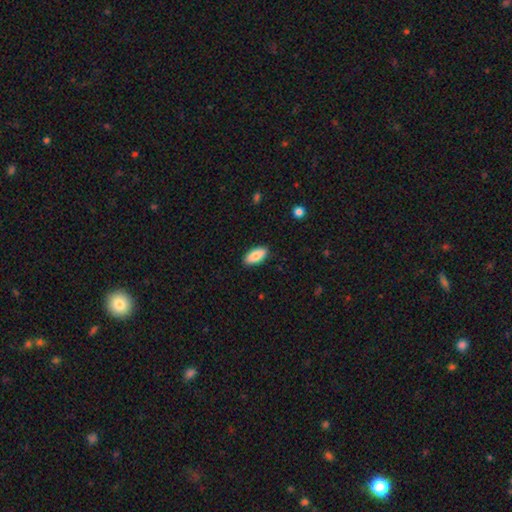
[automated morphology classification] Smooth or featured? smooth (84%)
How rounded? in between (87%)
Merging? none (89%)